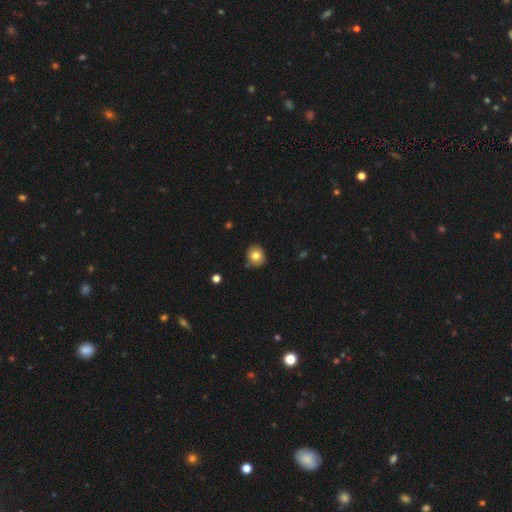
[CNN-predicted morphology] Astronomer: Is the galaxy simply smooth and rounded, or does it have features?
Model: smooth — 78%.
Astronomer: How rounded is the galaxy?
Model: round — 80%.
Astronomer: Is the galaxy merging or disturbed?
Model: none — 82%.